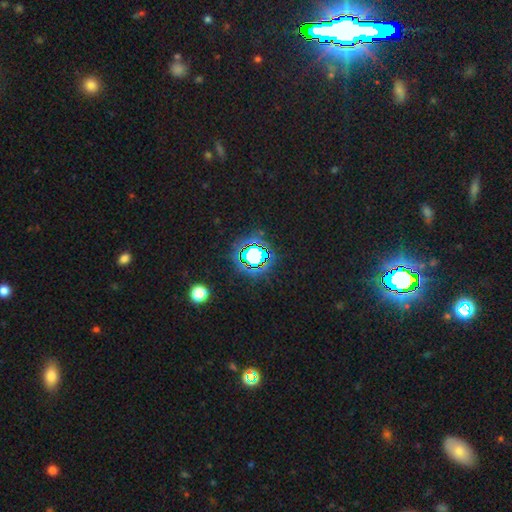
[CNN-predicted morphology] smooth-or-featured: star or artifact: 68% | smooth: 21% | featured or disk: 11%